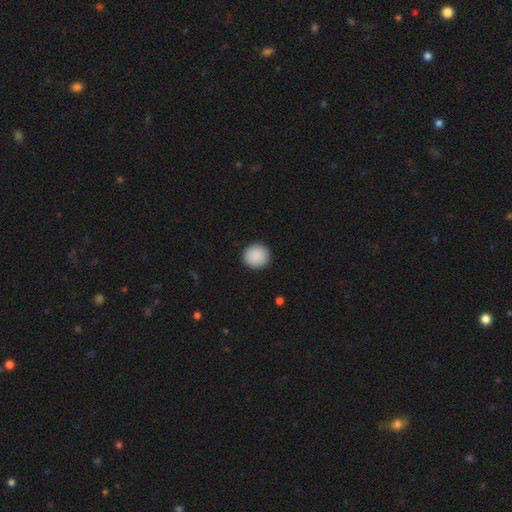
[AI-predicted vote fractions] This is clearly a smooth galaxy (90%). How rounded: clearly round (93%). Merging: clearly none (93%).